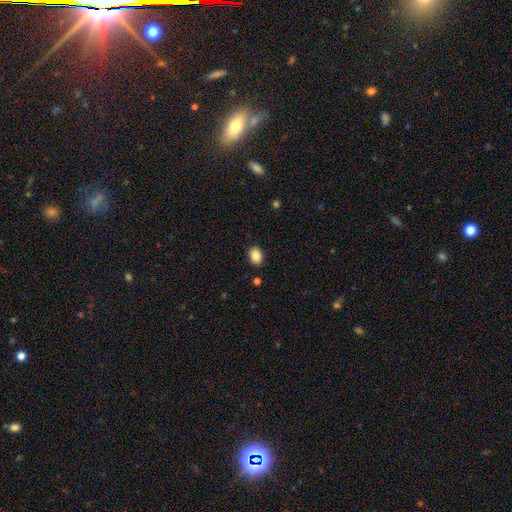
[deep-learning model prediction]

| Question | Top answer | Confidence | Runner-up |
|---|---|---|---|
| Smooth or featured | smooth | 89% | star or artifact (8%) |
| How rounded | in between | 77% | round (22%) |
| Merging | none | 88% | minor disturbance (9%) |